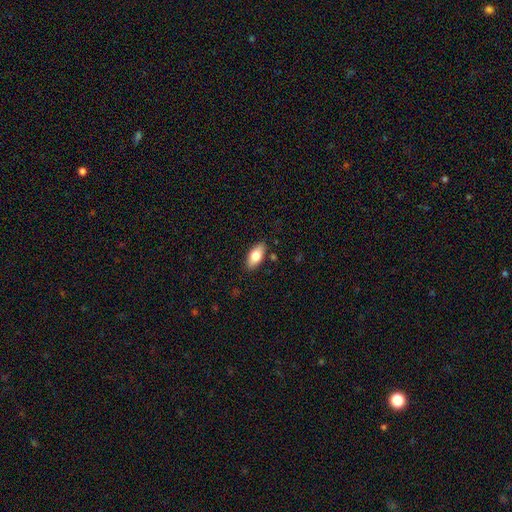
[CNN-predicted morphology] Q: Smooth or featured?
A: smooth (77%); runner-up: featured or disk (16%)
Q: How rounded?
A: in between (88%); runner-up: cigar-shaped (9%)
Q: Merging?
A: none (86%); runner-up: minor disturbance (10%)